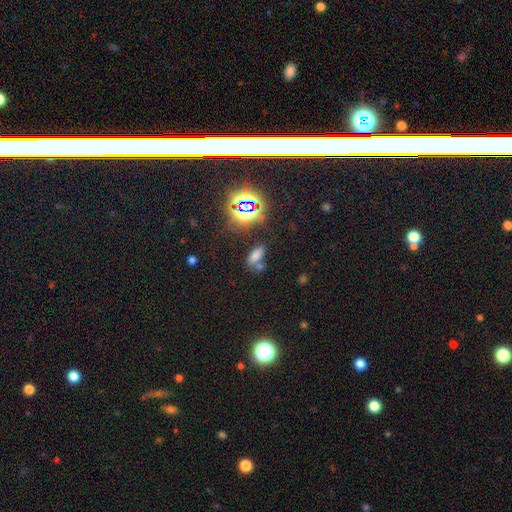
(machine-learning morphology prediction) Smooth or featured?
  - smooth: 62% *
  - star or artifact: 30%
  - featured or disk: 8%
How rounded?
  - in between: 80% *
  - cigar-shaped: 14%
  - round: 6%
Merging?
  - none: 56% *
  - merger: 25%
  - minor disturbance: 13%
  - major disturbance: 6%